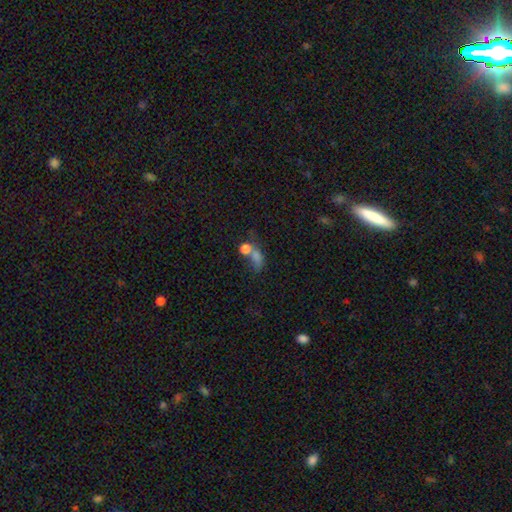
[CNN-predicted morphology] smooth 59%, star or artifact 23%, featured or disk 18%. Down the decision tree: how rounded — in between (51%); merging — merger (45%).